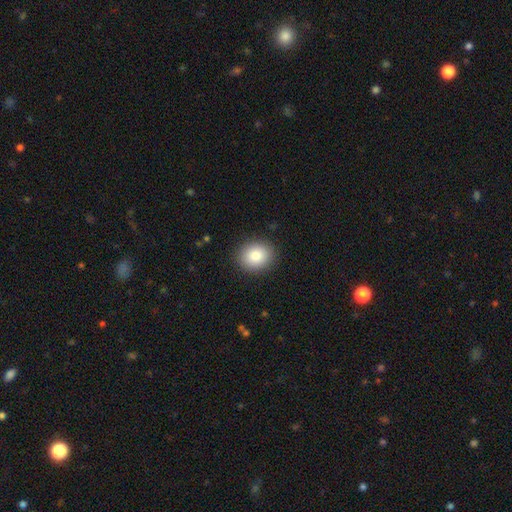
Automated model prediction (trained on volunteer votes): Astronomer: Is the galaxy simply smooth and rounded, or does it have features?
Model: smooth — 86%.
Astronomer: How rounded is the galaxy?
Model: round — 58% (runner-up: in between, 41%).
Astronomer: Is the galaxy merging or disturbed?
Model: none — 90%.